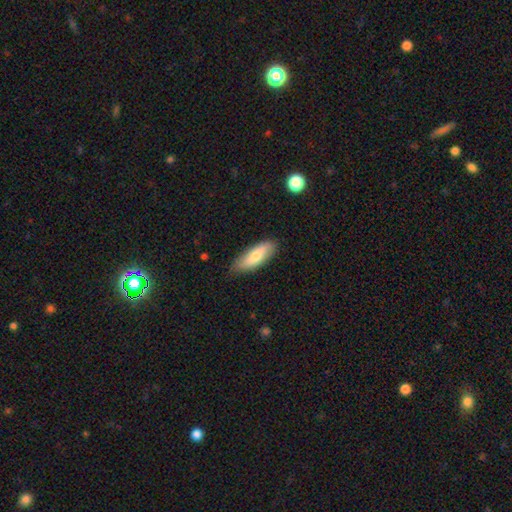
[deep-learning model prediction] smooth-or-featured: smooth: 71% | featured or disk: 23% | star or artifact: 6%
  how-rounded: in between: 61% | cigar-shaped: 37% | round: 2%
  merging: none: 81% | minor disturbance: 16% | major disturbance: 2% | merger: 1%